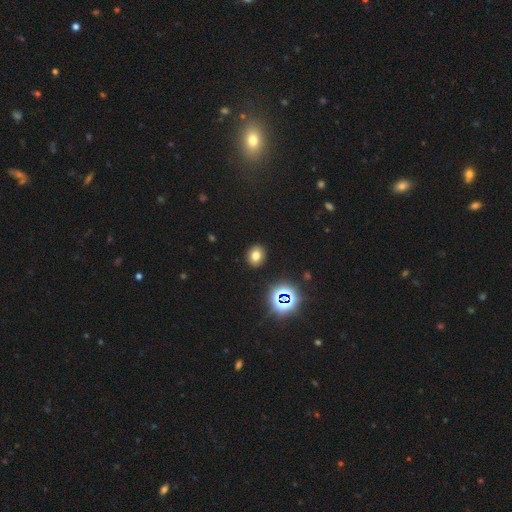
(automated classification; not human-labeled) Smooth or featured?
  - smooth: 72% *
  - star or artifact: 19%
  - featured or disk: 9%
How rounded?
  - round: 59% *
  - in between: 40%
  - cigar-shaped: 1%
Merging?
  - none: 90% *
  - minor disturbance: 7%
  - major disturbance: 2%
  - merger: 1%